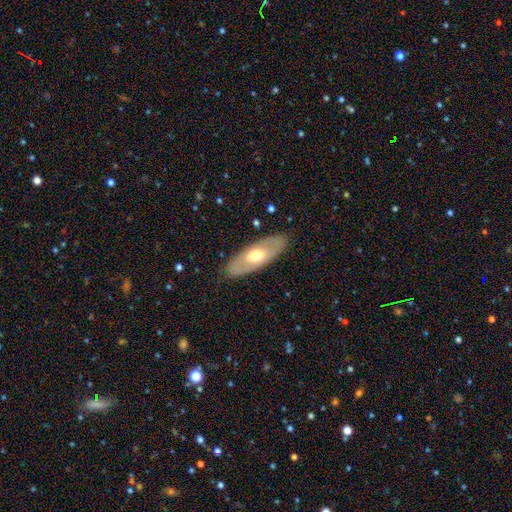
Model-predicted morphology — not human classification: The model was most divided on "smooth or featured": featured or disk: 50%, smooth: 45%, star or artifact: 5%. More confident: merging — none (86%).